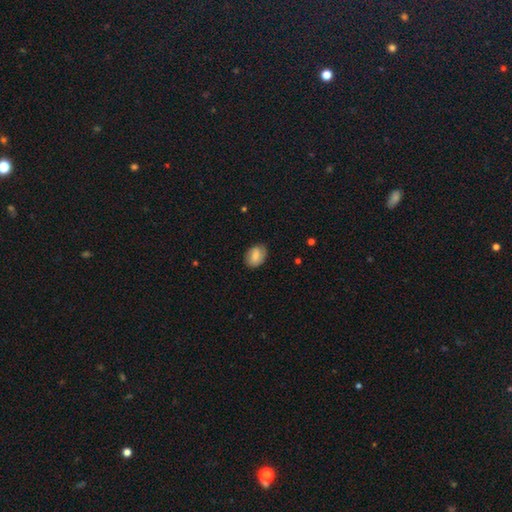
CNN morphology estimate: This is likely a smooth galaxy (70%). How rounded: likely in between (78%). Merging: clearly none (80%).